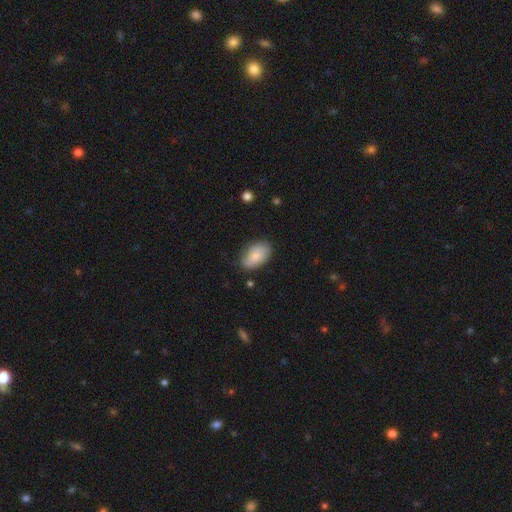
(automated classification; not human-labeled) smooth_or_featured: smooth (p=0.77) [alt: featured or disk p=0.16]
how_rounded: in between (p=0.92) [alt: round p=0.06]
merging: none (p=0.73) [alt: minor disturbance p=0.21]